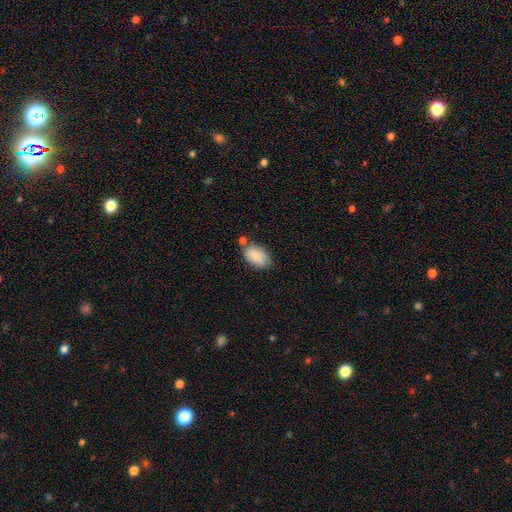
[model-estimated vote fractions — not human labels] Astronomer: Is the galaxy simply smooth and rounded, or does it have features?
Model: smooth — 88%.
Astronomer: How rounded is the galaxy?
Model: in between — 93%.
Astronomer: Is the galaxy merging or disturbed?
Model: none — 66%.